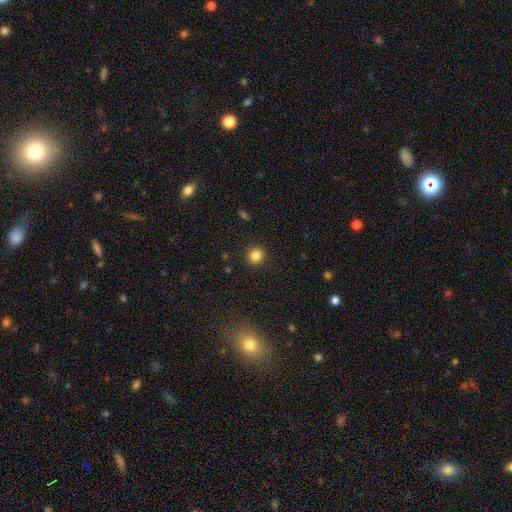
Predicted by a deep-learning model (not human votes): Morphology: type=smooth (83%); roundness=round (89%); merging=none (91%).